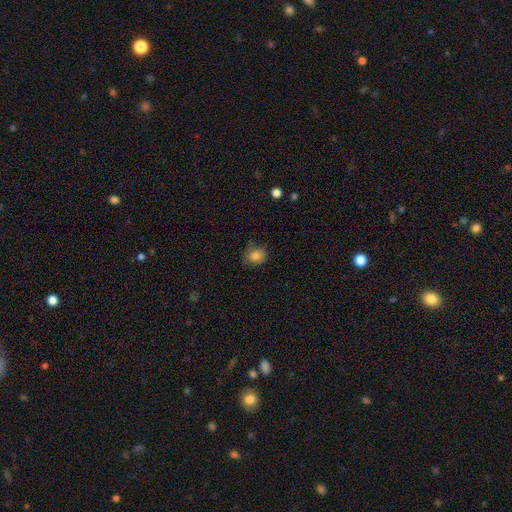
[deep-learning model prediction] smooth_or_featured: smooth (p=0.82) [alt: star or artifact p=0.11]
how_rounded: round (p=0.65) [alt: in between p=0.34]
merging: none (p=0.71) [alt: minor disturbance p=0.22]